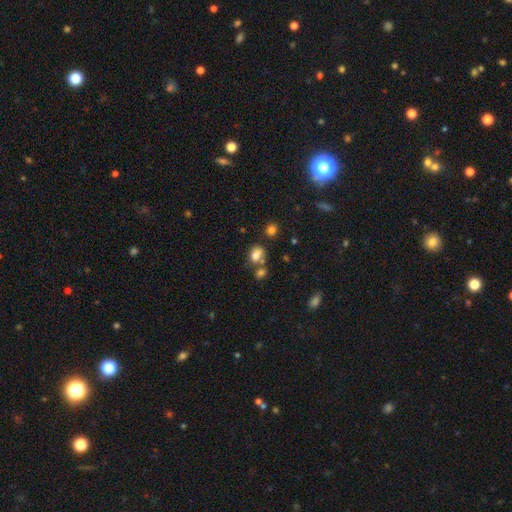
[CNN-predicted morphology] type=smooth (77%); roundness=in between (55%); merging=none (52%).